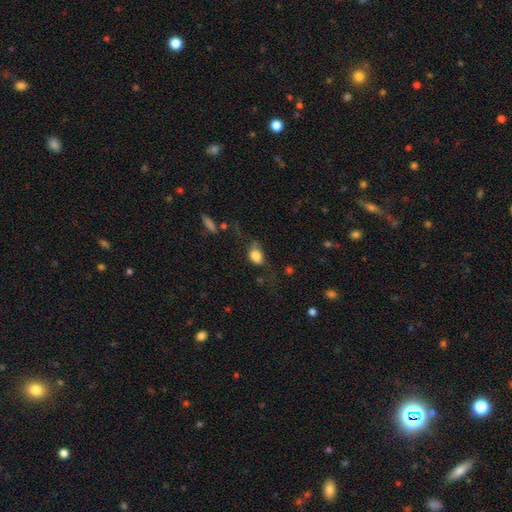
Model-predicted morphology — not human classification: This is likely a smooth galaxy (75%). How rounded: likely in between (73%). Merging: marginally none (35%, tied with major disturbance).